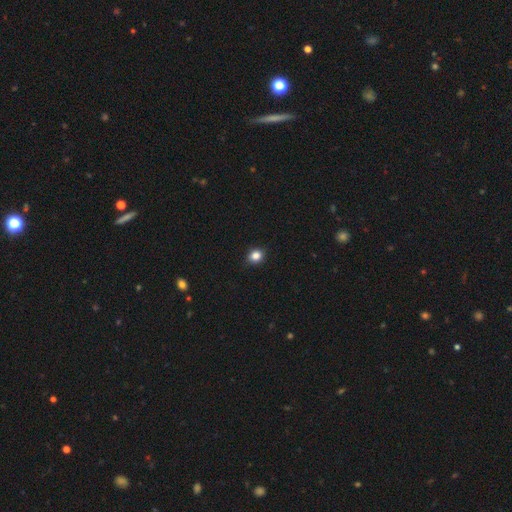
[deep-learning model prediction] Smooth or featured? Predicted: smooth (p=0.85). How rounded? Predicted: round (p=0.67). Merging? Predicted: none (p=0.90).